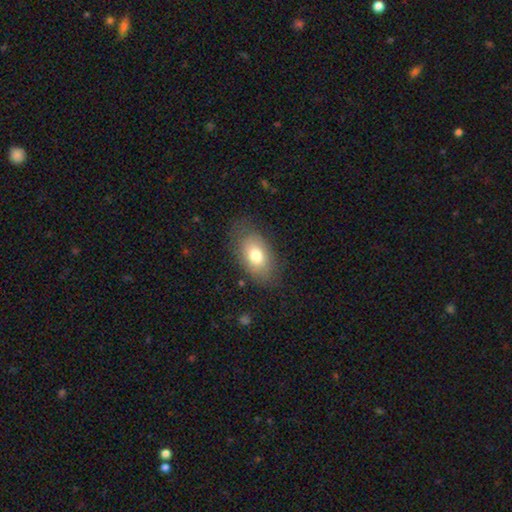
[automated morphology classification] Smooth or featured? smooth (74%)
How rounded? in between (89%)
Merging? none (73%)